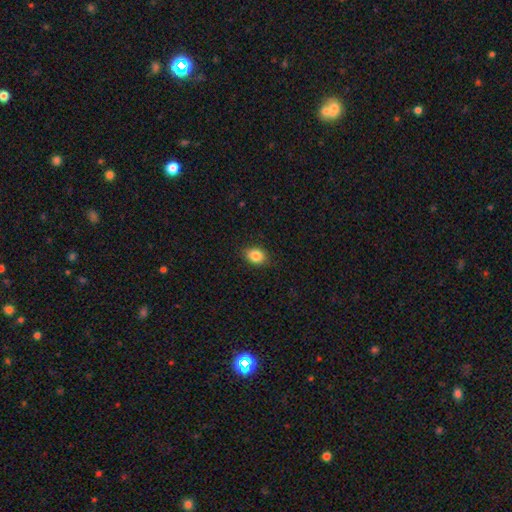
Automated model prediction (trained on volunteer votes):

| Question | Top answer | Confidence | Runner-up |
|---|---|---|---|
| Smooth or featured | smooth | 85% | star or artifact (9%) |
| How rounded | in between | 65% | round (33%) |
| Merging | none | 87% | minor disturbance (10%) |